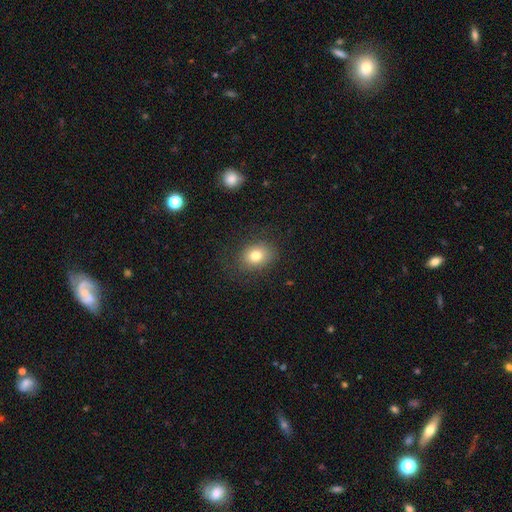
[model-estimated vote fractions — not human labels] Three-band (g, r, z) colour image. It shows a smooth galaxy with no disk features (78%) that is in between round and cigar-shaped (57%). Merging: none (81%).